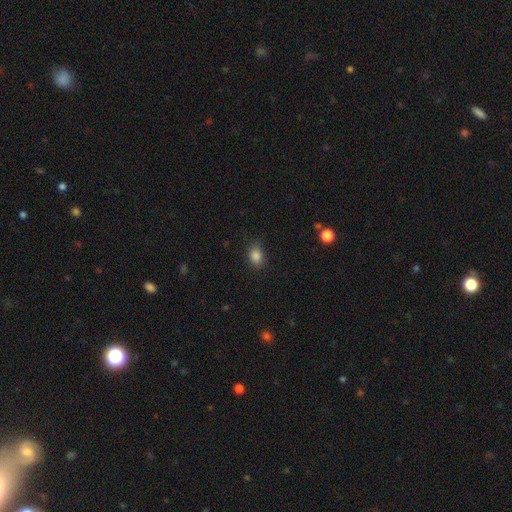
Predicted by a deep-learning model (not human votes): Overall: smooth (85%). How rounded: in between (61%; round 37%). Merging: none (78%).